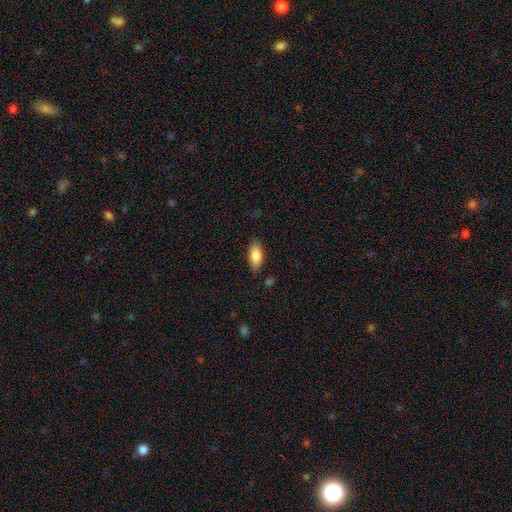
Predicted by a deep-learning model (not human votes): Smooth or featured?
  - smooth: 82% *
  - featured or disk: 11%
  - star or artifact: 7%
How rounded?
  - in between: 84% *
  - cigar-shaped: 14%
  - round: 2%
Merging?
  - none: 83% *
  - minor disturbance: 13%
  - major disturbance: 3%
  - merger: 2%